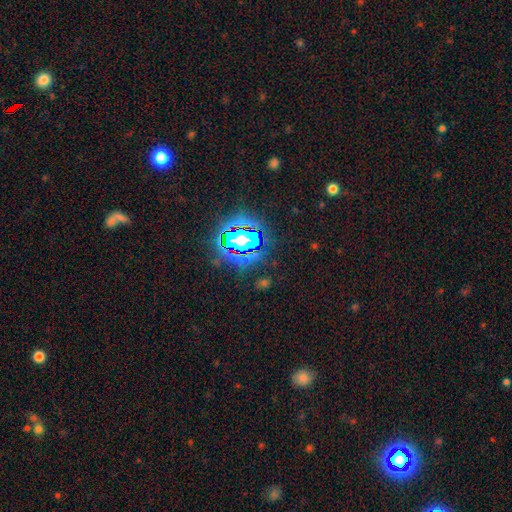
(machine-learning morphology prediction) The model was most divided on "smooth or featured": star or artifact: 82%, smooth: 11%, featured or disk: 7%.